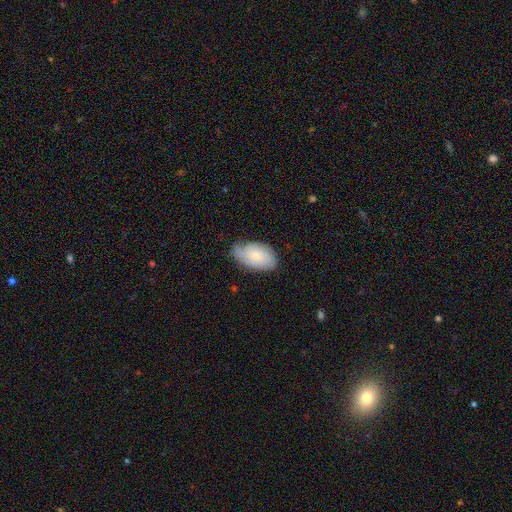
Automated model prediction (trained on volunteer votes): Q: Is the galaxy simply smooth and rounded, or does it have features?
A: featured or disk — 50%.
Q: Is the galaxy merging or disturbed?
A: none — 66%.